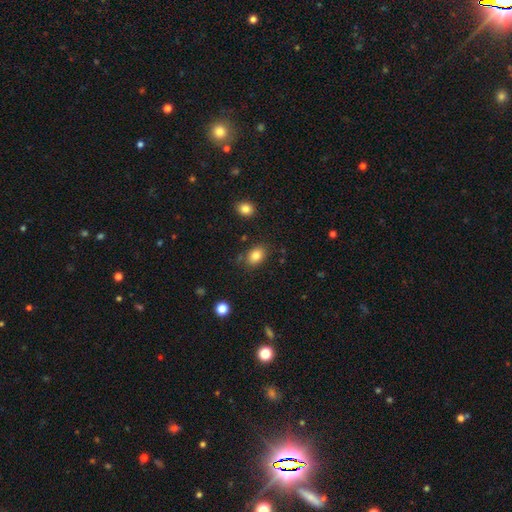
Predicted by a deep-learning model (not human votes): Morphology: type=smooth (84%); roundness=in between (75%); merging=none (79%).